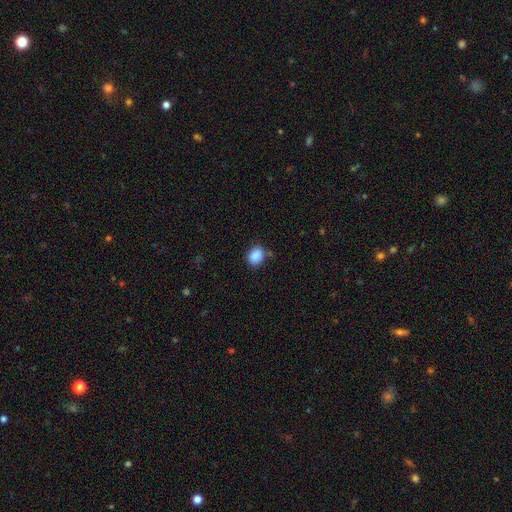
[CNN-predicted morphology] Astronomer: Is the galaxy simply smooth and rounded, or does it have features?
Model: smooth — 88%.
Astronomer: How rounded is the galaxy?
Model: in between — 52% (runner-up: round, 47%).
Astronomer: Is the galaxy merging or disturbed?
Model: none — 77%.